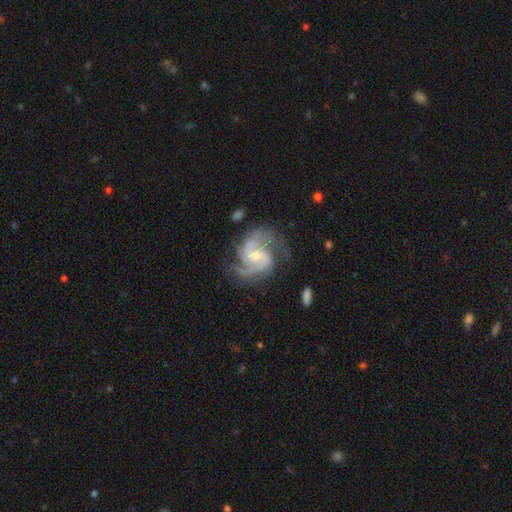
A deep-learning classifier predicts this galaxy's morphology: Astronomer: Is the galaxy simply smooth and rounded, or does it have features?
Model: featured or disk — 91%.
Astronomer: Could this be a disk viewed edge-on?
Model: no — 98%.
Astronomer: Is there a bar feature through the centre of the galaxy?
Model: weak — 46% (runner-up: no, 45%).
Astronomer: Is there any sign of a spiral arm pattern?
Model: yes — 98%.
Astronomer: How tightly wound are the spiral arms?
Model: medium — 57%.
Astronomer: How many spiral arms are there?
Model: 2 — 60%.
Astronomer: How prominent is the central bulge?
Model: small — 55% (runner-up: moderate, 37%).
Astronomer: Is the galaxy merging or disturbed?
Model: none — 69%.